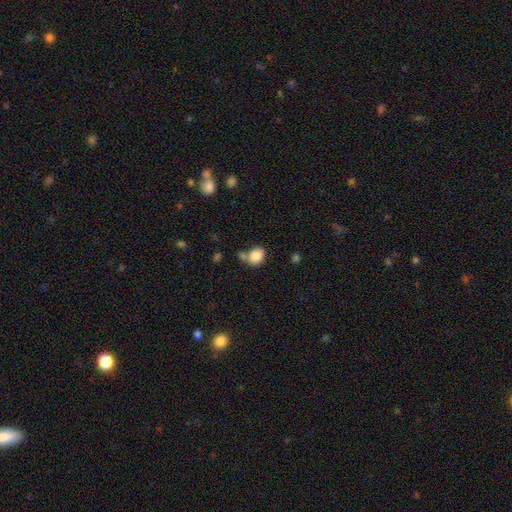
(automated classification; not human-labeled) Smooth or featured: smooth — 86% (star or artifact — 9%)
How rounded: round — 56% (in between — 43%)
Merging: none — 56% (merger — 23%)